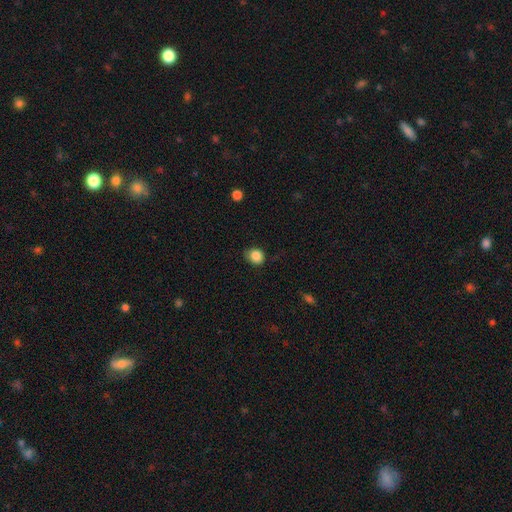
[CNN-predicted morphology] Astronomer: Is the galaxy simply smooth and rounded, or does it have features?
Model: smooth — 86%.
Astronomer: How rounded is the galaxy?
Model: round — 73%.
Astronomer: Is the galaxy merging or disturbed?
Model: none — 72%.